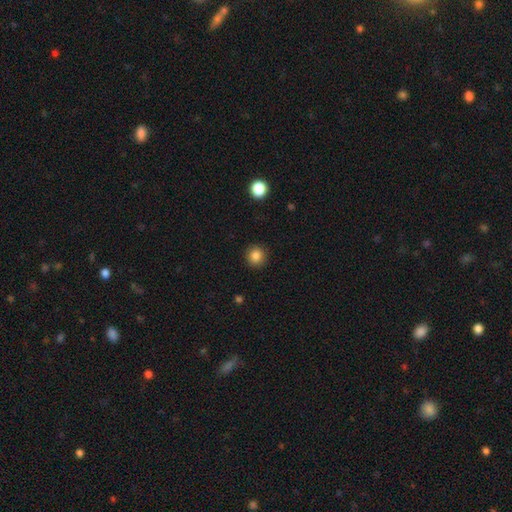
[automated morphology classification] smooth_or_featured: smooth (p=0.84) [alt: star or artifact p=0.11]
how_rounded: round (p=0.92) [alt: in between p=0.07]
merging: none (p=0.91) [alt: minor disturbance p=0.06]